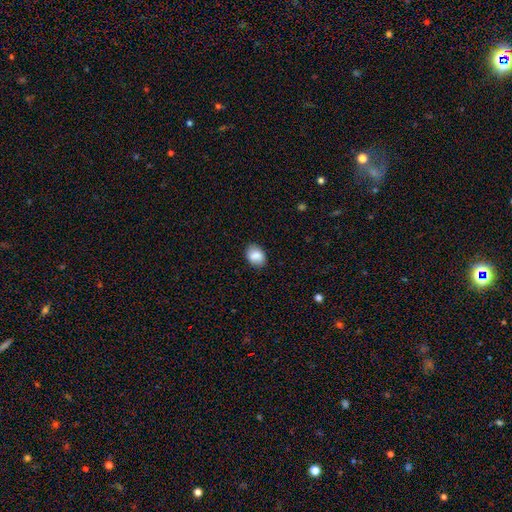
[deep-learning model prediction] A smooth galaxy with no disk features (86%) that is in between round and cigar-shaped (68%).

Vote fractions:
- Smooth or featured? smooth: 86% / star or artifact: 8% / featured or disk: 6%
- How rounded? in between: 68% / round: 31% / cigar-shaped: 1%
- Merging? none: 84% / minor disturbance: 13% / major disturbance: 3% / merger: 1%